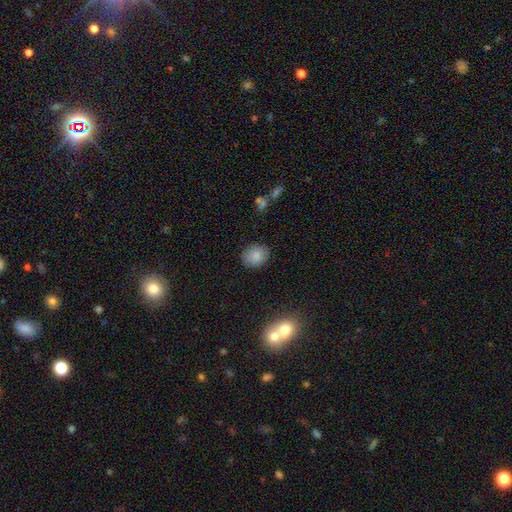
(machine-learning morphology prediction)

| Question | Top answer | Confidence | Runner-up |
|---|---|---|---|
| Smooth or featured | smooth | 85% | star or artifact (9%) |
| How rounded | round | 60% | in between (38%) |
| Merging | none | 86% | minor disturbance (10%) |